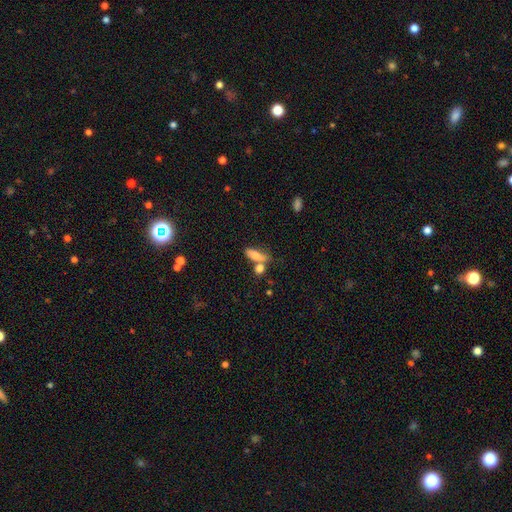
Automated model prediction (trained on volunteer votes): Smooth or featured? smooth (76%)
How rounded? in between (60%)
Merging? none (42%)